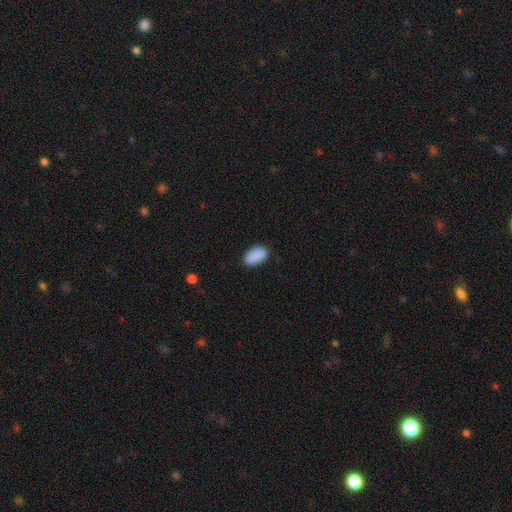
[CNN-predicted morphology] The model was most divided on "merging": none: 82%, minor disturbance: 14%, major disturbance: 3%, merger: 1%. More confident: how rounded — in between (93%); smooth or featured — smooth (89%).